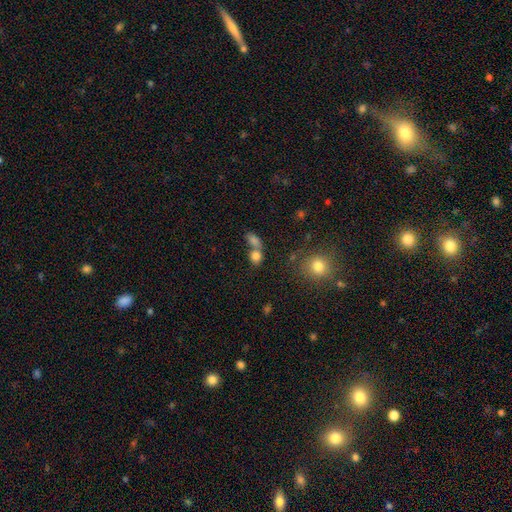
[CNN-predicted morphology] Overall: smooth (79%). How rounded: round (54%; in between 44%). Merging: merger (53%; none 35%).